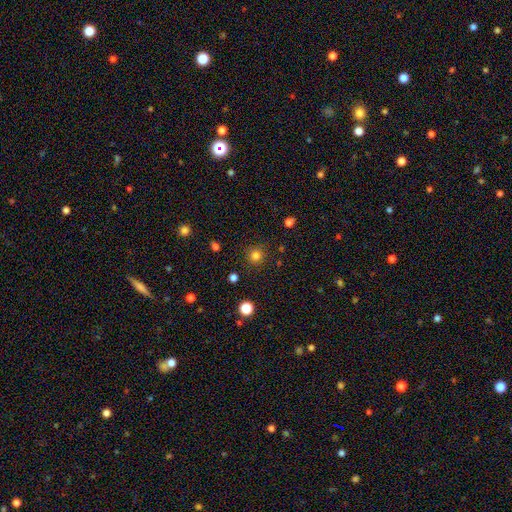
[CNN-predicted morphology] Smooth or featured? smooth (81%)
How rounded? round (94%)
Merging? none (89%)